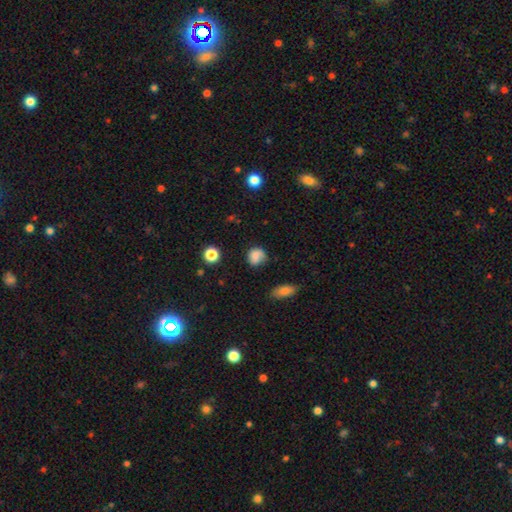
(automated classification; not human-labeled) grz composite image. It shows a smooth galaxy with no disk features (78%) that is round (71%). Merging: none (60%).